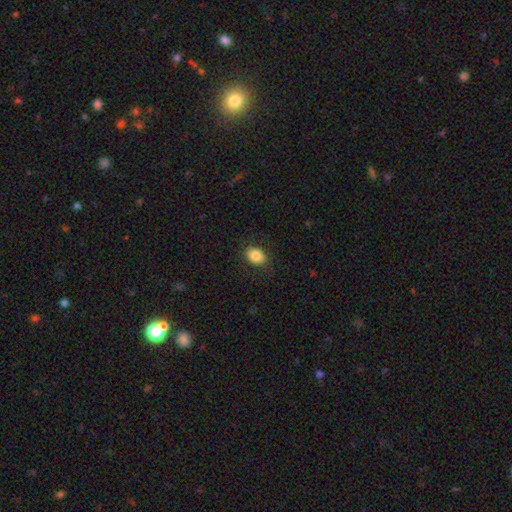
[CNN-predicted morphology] Smooth or featured? smooth (85%)
How rounded? in between (71%)
Merging? none (87%)